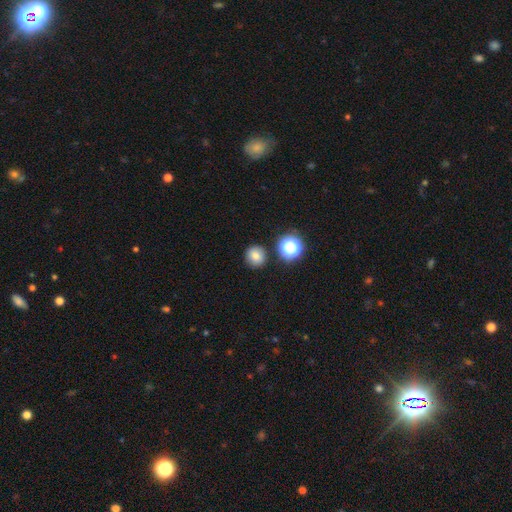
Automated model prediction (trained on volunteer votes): Smooth or featured?
  - smooth: 79% *
  - star or artifact: 15%
  - featured or disk: 7%
How rounded?
  - round: 92% *
  - in between: 7%
  - cigar-shaped: 1%
Merging?
  - none: 88% *
  - minor disturbance: 6%
  - merger: 4%
  - major disturbance: 2%